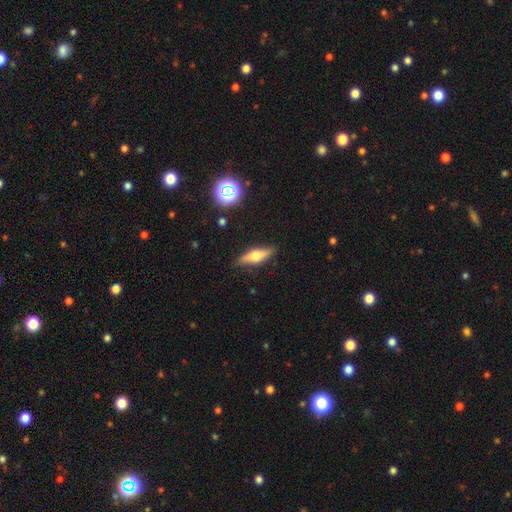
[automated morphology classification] Smooth or featured? featured or disk (49%)
Merging? none (85%)